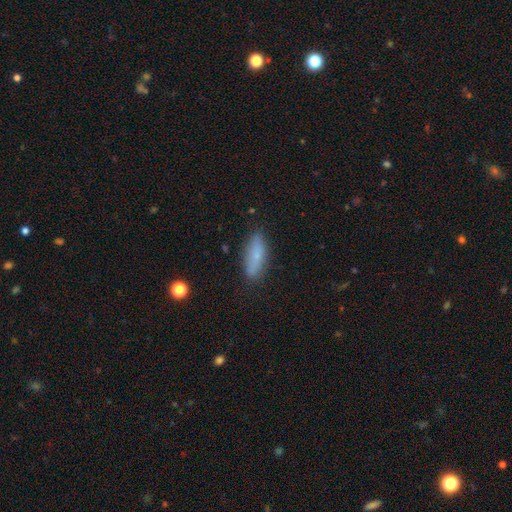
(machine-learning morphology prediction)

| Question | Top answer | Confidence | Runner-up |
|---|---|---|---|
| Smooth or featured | smooth | 73% | featured or disk (19%) |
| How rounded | in between | 59% | cigar-shaped (38%) |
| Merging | none | 83% | minor disturbance (13%) |